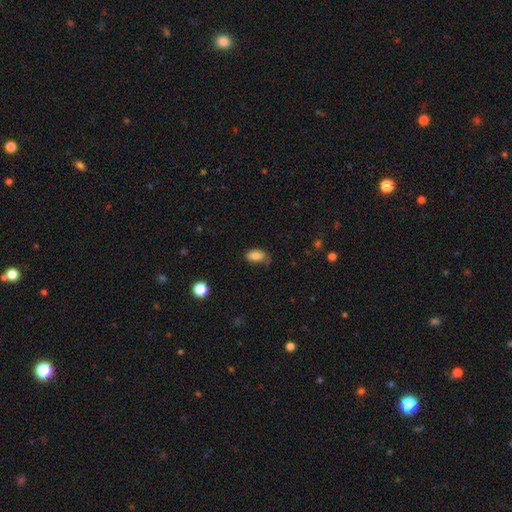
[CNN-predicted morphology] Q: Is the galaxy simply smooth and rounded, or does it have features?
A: smooth — 84%.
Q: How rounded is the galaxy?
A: in between — 90%.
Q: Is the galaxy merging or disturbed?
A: none — 64%.